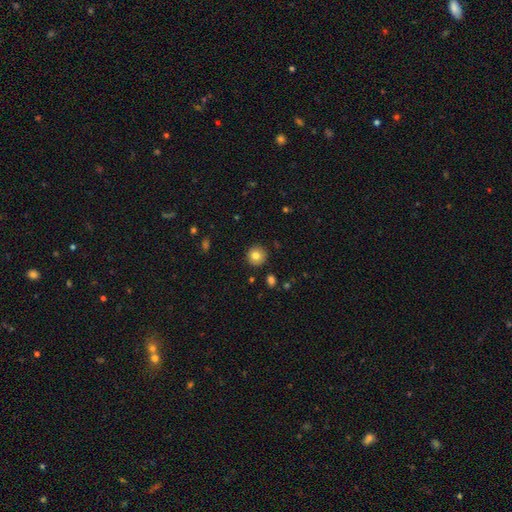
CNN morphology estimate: Q: Smooth or featured?
A: smooth (81%); runner-up: star or artifact (10%)
Q: How rounded?
A: round (95%); runner-up: in between (4%)
Q: Merging?
A: none (91%); runner-up: minor disturbance (6%)